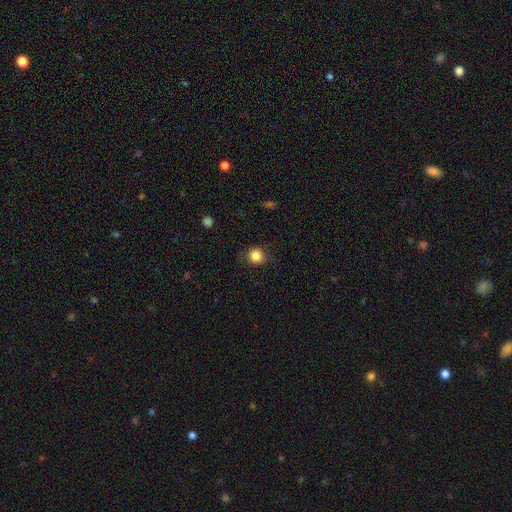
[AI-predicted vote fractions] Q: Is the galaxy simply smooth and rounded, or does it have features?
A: smooth — 83%.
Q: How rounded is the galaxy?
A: round — 85%.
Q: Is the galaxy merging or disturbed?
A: none — 80%.